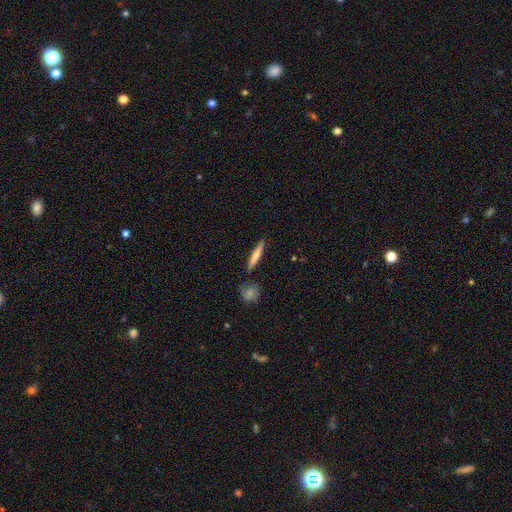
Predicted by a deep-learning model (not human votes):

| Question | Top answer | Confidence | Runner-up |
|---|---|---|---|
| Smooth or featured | smooth | 61% | featured or disk (33%) |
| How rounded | cigar-shaped | 91% | in between (7%) |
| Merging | none | 84% | minor disturbance (9%) |